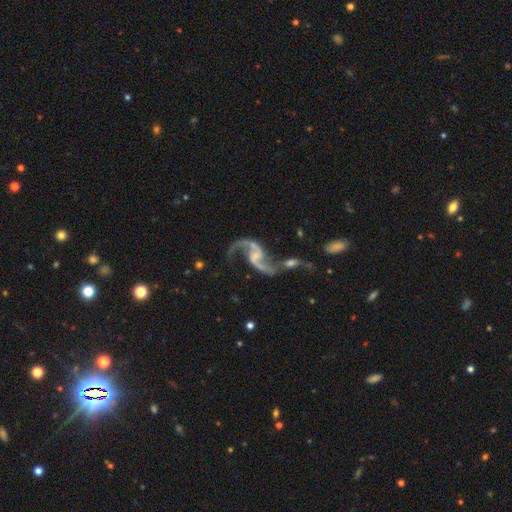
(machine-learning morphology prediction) smooth_or_featured: featured or disk (p=0.91) [alt: star or artifact p=0.05]
disk_edge_on: no (p=0.97) [alt: yes p=0.03]
bar: weak (p=0.44) [alt: no p=0.40]
has_spiral_arms: yes (p=0.96) [alt: no p=0.04]
spiral_winding: loose (p=0.84) [alt: medium p=0.13]
spiral_arm_count: 2 (p=0.92) [alt: 1 p=0.04]
bulge_size: none (p=0.49) [alt: small p=0.33]
merging: none (p=0.38) [alt: merger p=0.35]